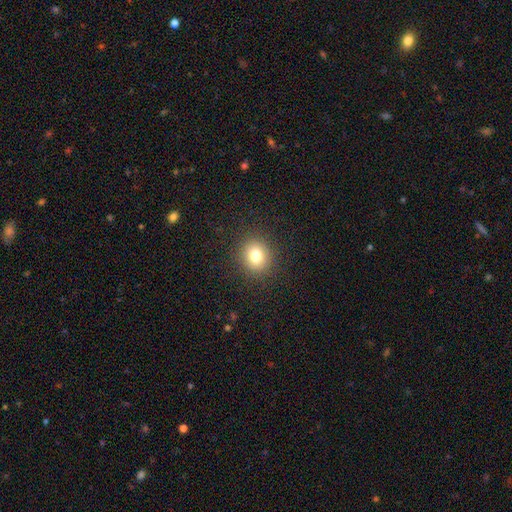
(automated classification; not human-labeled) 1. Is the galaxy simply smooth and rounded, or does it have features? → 79% smooth, 13% star or artifact, 8% featured or disk.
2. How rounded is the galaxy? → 83% round, 16% in between, 1% cigar-shaped.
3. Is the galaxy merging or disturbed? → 91% none, 6% minor disturbance, 3% major disturbance, 1% merger.